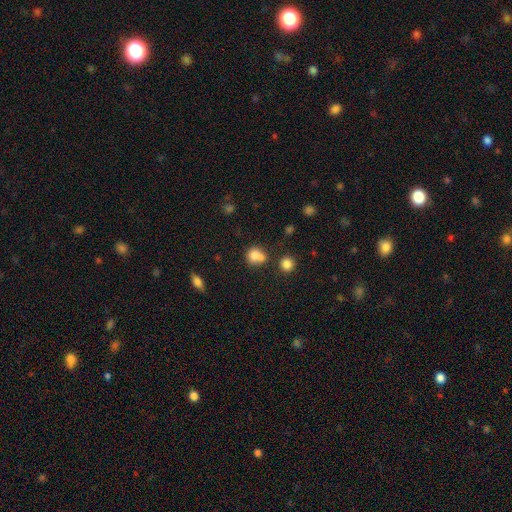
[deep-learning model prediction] This appears to be a smooth galaxy with no disk features (78%) that is round (68%). Merging: none (40%).